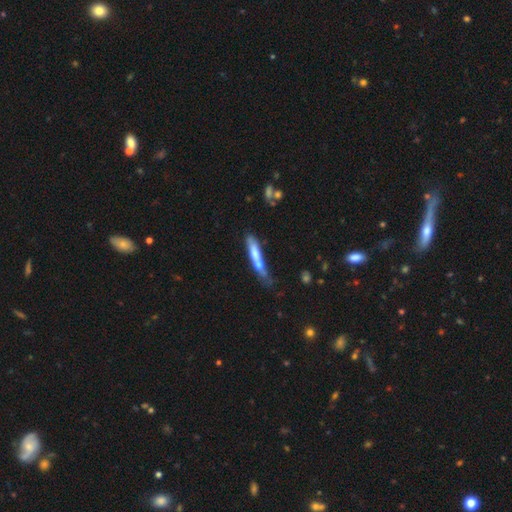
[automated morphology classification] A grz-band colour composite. It shows a smooth galaxy with no disk features (58%) that is cigar-shaped (89%). Merging: none (43%).